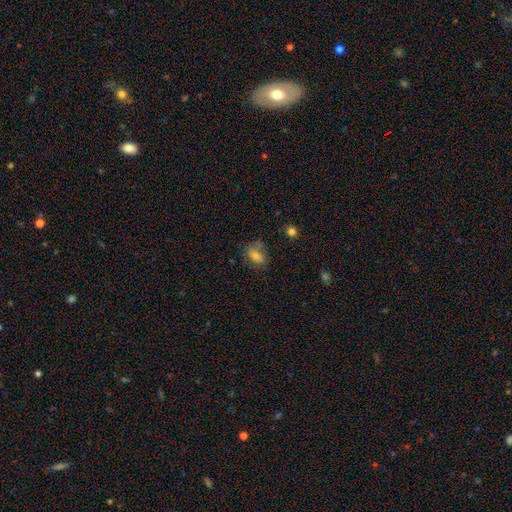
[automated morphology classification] Smooth or featured? Predicted: smooth (p=0.73). How rounded? Predicted: in between (p=0.79). Merging? Predicted: none (p=0.60).